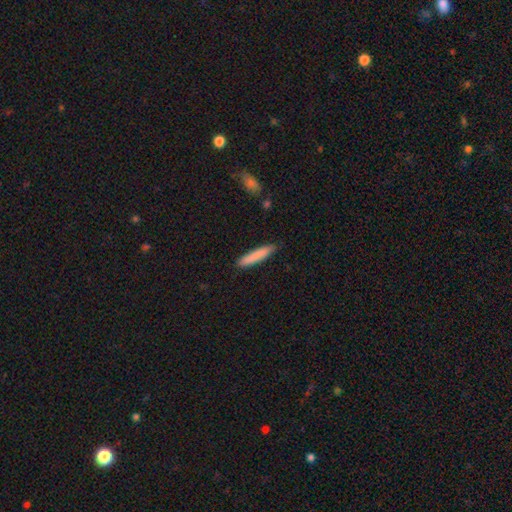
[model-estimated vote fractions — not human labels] Q: Smooth or featured?
A: smooth (84%); runner-up: featured or disk (10%)
Q: How rounded?
A: cigar-shaped (91%); runner-up: in between (8%)
Q: Merging?
A: none (87%); runner-up: minor disturbance (10%)